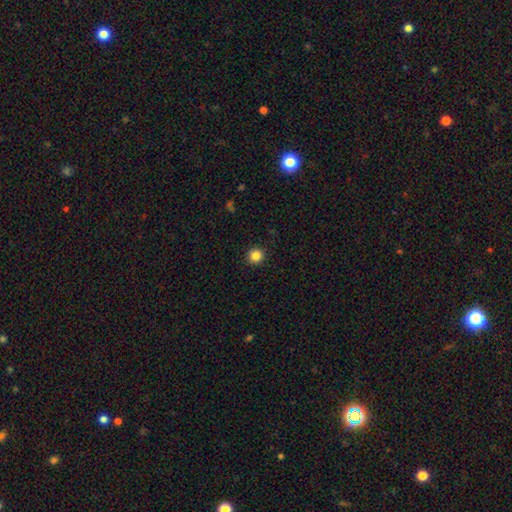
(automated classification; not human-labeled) Smooth or featured? smooth (85%)
How rounded? round (94%)
Merging? none (92%)